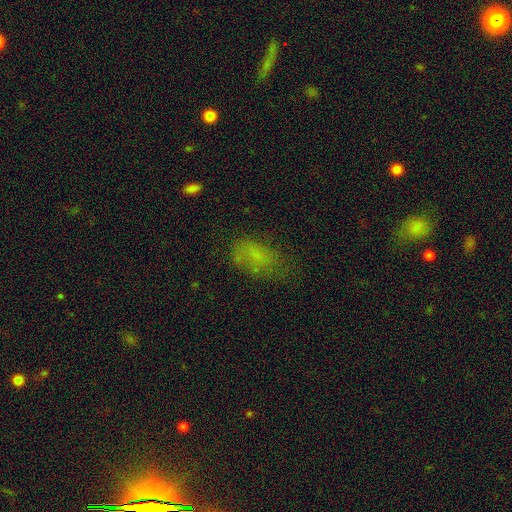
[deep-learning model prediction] A smooth galaxy with no disk features (64%) that is in between round and cigar-shaped (88%).

Vote fractions:
- Smooth or featured? smooth: 64% / featured or disk: 19% / star or artifact: 16%
- How rounded? in between: 88% / round: 8% / cigar-shaped: 4%
- Merging? none: 49% / minor disturbance: 26% / major disturbance: 21% / merger: 3%